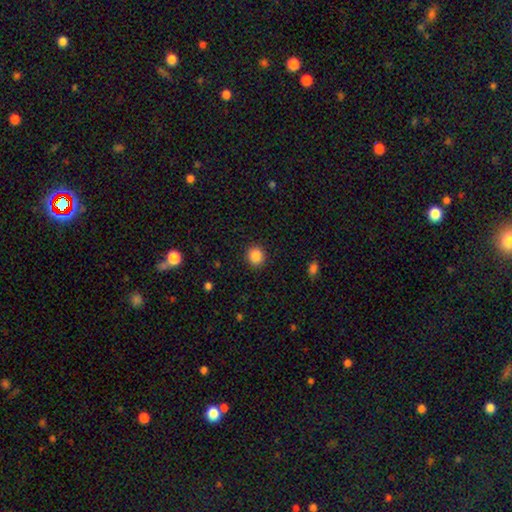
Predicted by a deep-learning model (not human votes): smooth_or_featured: smooth (p=0.87) [alt: star or artifact p=0.10]
how_rounded: round (p=0.85) [alt: in between p=0.14]
merging: none (p=0.91) [alt: minor disturbance p=0.06]